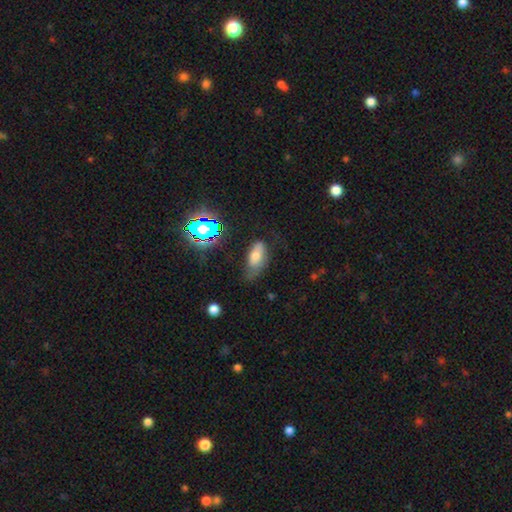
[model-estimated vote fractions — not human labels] Smooth or featured? Predicted: smooth (p=0.65). How rounded? Predicted: in between (p=0.86). Merging? Predicted: none (p=0.41).